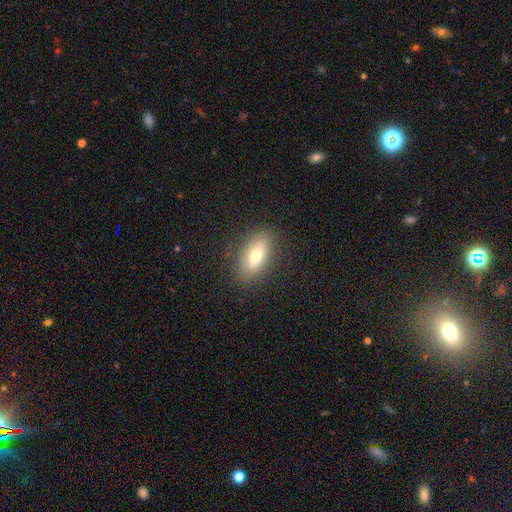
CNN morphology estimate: smooth_or_featured: smooth (p=0.65) [alt: featured or disk p=0.26]
how_rounded: in between (p=0.79) [alt: cigar-shaped p=0.17]
merging: none (p=0.86) [alt: minor disturbance p=0.10]